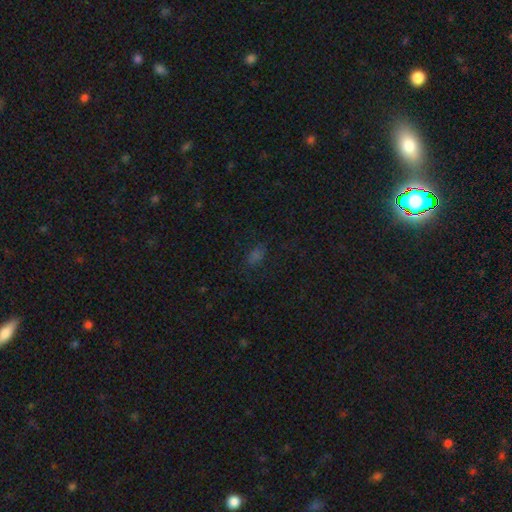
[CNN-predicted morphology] The model was most divided on "smooth or featured": smooth: 59%, star or artifact: 32%, featured or disk: 8%. More confident: how rounded — in between (83%); merging — none (76%).